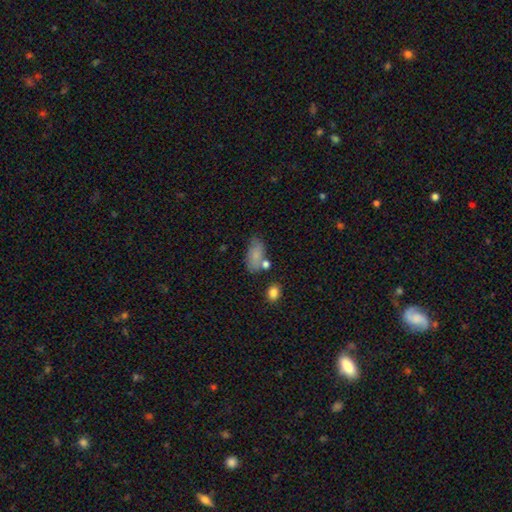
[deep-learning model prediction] Smooth or featured?
  - smooth: 79% *
  - featured or disk: 12%
  - star or artifact: 9%
How rounded?
  - in between: 90% *
  - round: 6%
  - cigar-shaped: 4%
Merging?
  - none: 59% *
  - minor disturbance: 22%
  - merger: 13%
  - major disturbance: 7%